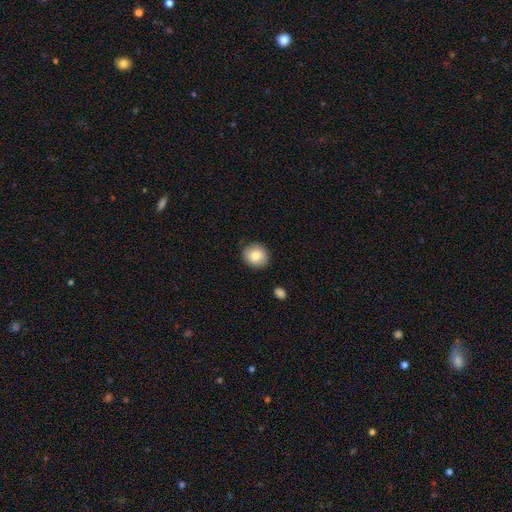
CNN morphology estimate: Smooth or featured: smooth — 80% (featured or disk — 11%)
How rounded: round — 83% (in between — 16%)
Merging: none — 85% (minor disturbance — 11%)